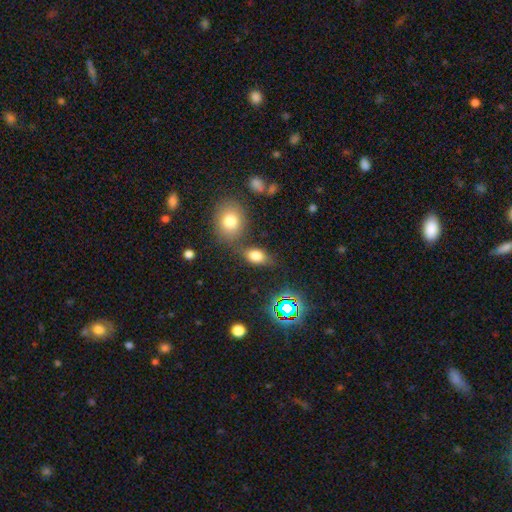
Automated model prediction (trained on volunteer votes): smooth_or_featured: smooth (p=0.74) [alt: star or artifact p=0.17]
how_rounded: in between (p=0.82) [alt: round p=0.15]
merging: none (p=0.66) [alt: minor disturbance p=0.15]